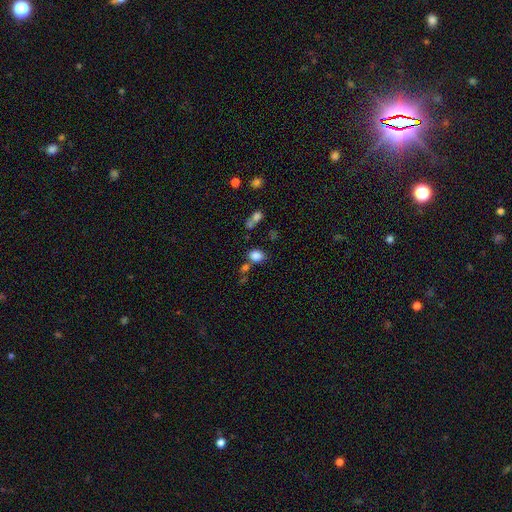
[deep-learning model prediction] A smooth galaxy with no disk features (83%) that is in between round and cigar-shaped (54%).

Vote fractions:
- Smooth or featured? smooth: 83% / star or artifact: 12% / featured or disk: 6%
- How rounded? in between: 54% / round: 45% / cigar-shaped: 1%
- Merging? none: 64% / merger: 18% / minor disturbance: 13% / major disturbance: 6%